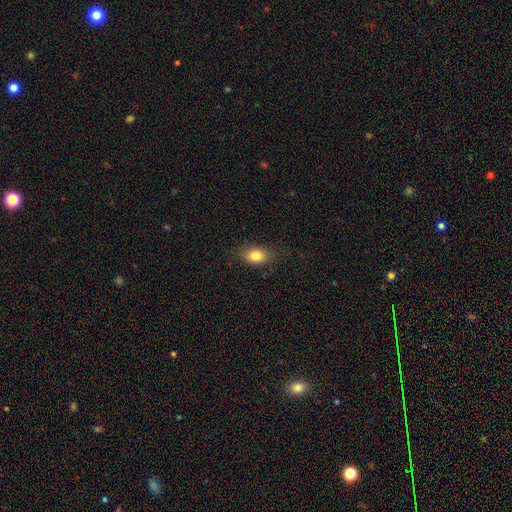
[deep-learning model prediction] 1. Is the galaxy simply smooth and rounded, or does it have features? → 82% smooth, 10% star or artifact, 8% featured or disk.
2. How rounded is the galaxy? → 78% in between, 20% round, 2% cigar-shaped.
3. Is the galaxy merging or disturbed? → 84% none, 12% minor disturbance, 3% major disturbance, 1% merger.